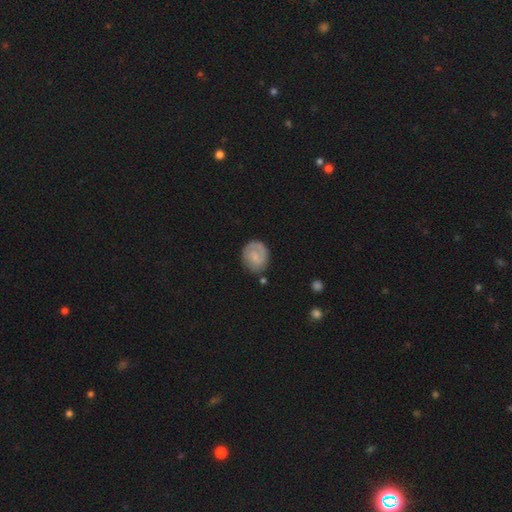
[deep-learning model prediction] featured or disk 49%, smooth 45%, star or artifact 6%. Down the decision tree: merging — none (74%).